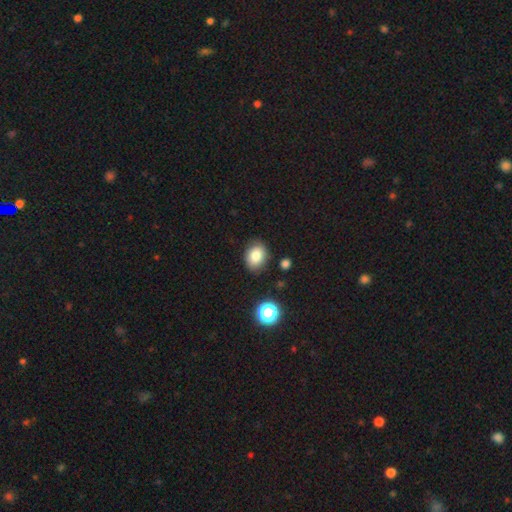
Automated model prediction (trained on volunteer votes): smooth_or_featured: smooth (p=0.82) [alt: star or artifact p=0.11]
how_rounded: in between (p=0.62) [alt: round p=0.37]
merging: none (p=0.84) [alt: minor disturbance p=0.11]